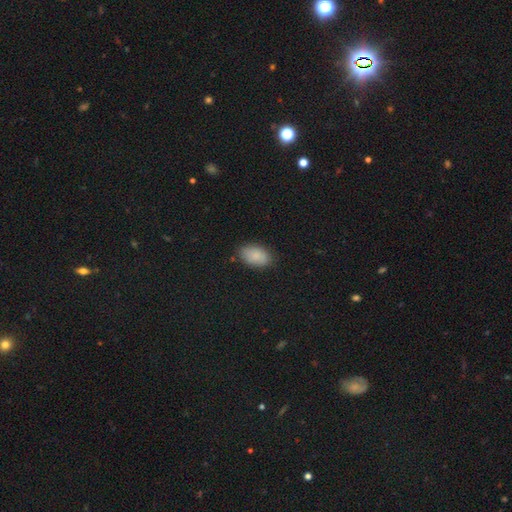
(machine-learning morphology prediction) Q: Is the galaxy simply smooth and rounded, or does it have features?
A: smooth — 86%.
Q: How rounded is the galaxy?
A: in between — 93%.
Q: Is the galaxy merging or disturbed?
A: none — 83%.